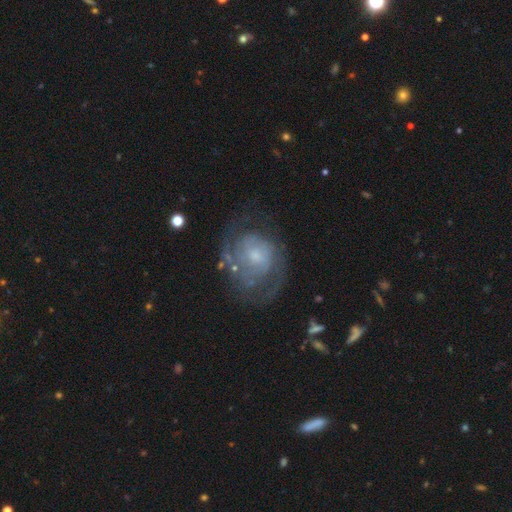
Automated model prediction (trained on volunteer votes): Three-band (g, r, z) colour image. It shows a featured or disk galaxy (78%) with no bar (67%), 2 (51%) tight (48%) spiral arms (87%) and a small central bulge (48%). Merging: none (62%).